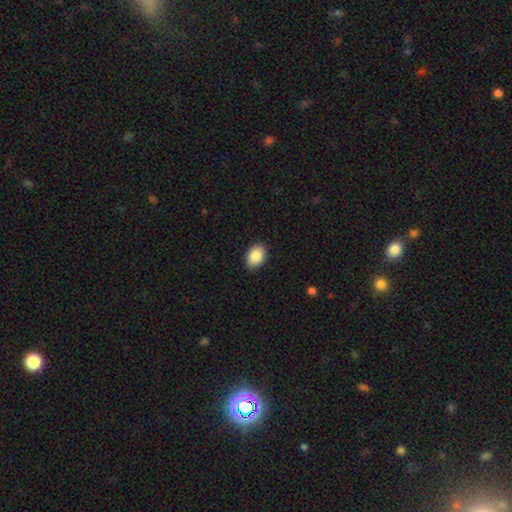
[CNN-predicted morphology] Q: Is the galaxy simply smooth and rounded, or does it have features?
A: smooth — 88%.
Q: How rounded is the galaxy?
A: in between — 86%.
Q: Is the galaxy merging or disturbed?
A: none — 88%.